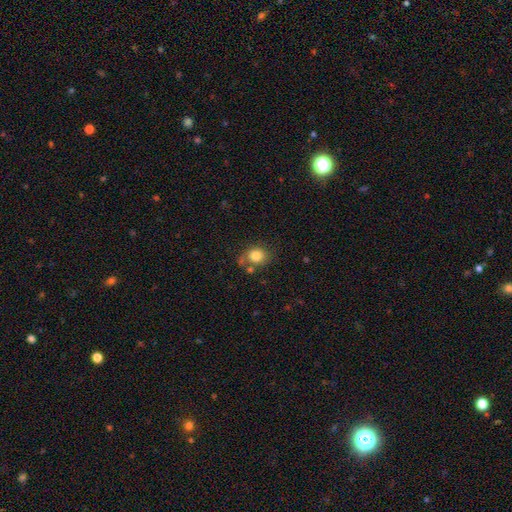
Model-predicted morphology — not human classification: Smooth or featured? Predicted: smooth (p=0.81). How rounded? Predicted: round (p=0.69). Merging? Predicted: none (p=0.61).